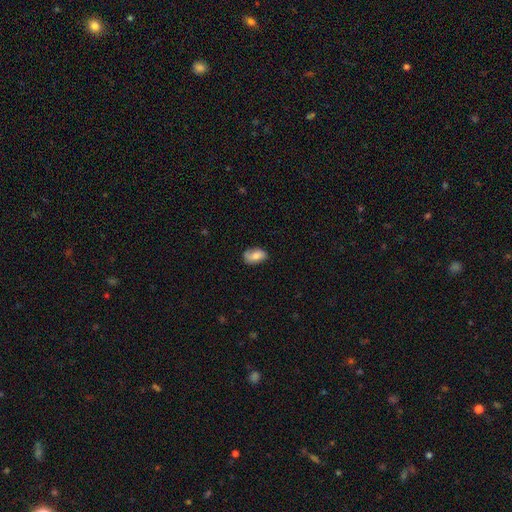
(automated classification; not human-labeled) smooth 69%, featured or disk 23%, star or artifact 8%. Down the decision tree: how rounded — in between (91%); merging — none (66%).